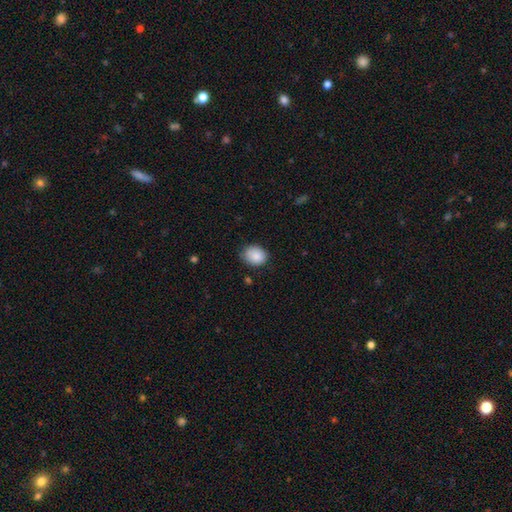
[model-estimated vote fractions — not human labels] Morphology: type=smooth (88%); roundness=round (54%); merging=none (78%).